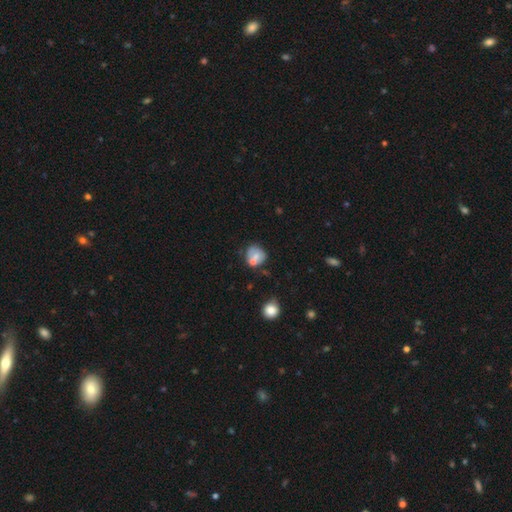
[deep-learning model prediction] Overall: smooth (60%; featured or disk 30%). How rounded: round (72%). Merging: none (48%; merger 24%).